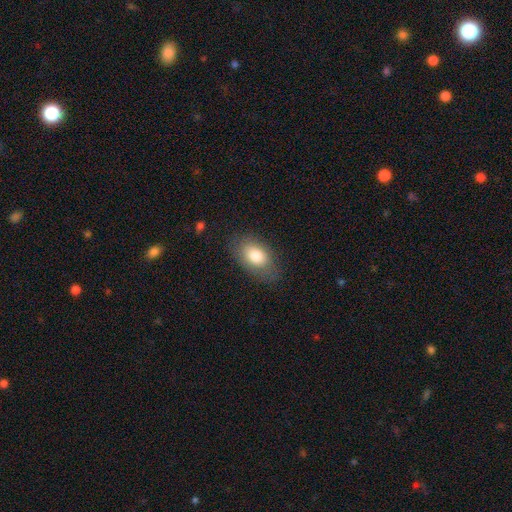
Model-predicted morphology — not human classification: type=smooth (79%); roundness=in between (89%); merging=none (78%).